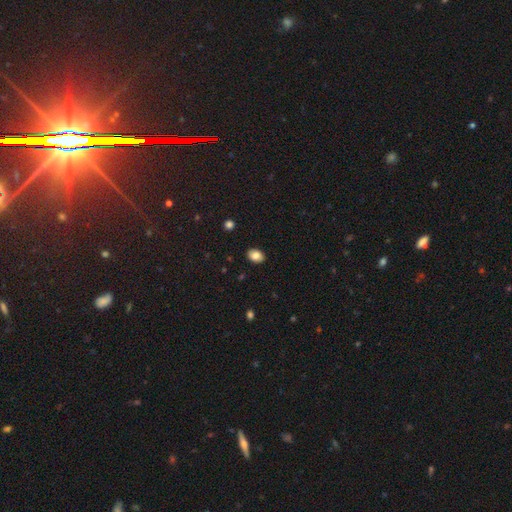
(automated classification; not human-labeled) Smooth or featured?
  - smooth: 83% *
  - featured or disk: 9%
  - star or artifact: 8%
How rounded?
  - in between: 75% *
  - round: 24%
  - cigar-shaped: 1%
Merging?
  - none: 89% *
  - minor disturbance: 8%
  - major disturbance: 2%
  - merger: 1%